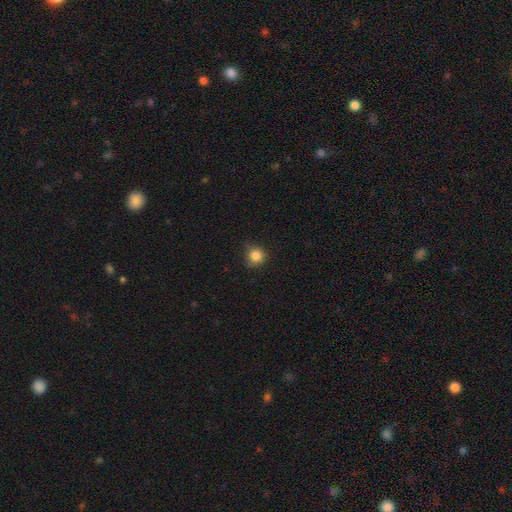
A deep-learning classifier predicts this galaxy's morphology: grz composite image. It shows a smooth galaxy with no disk features (84%) that is round (90%). Merging: none (75%).